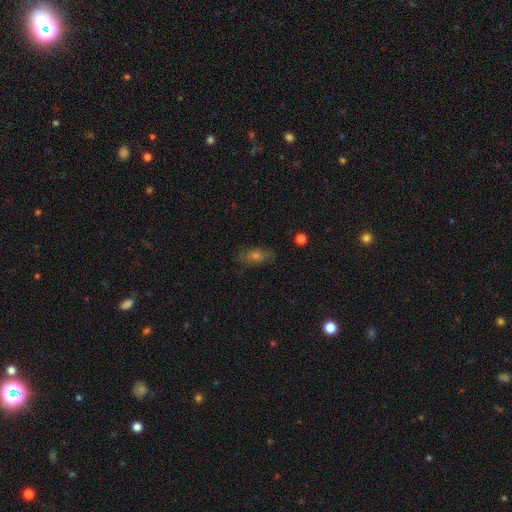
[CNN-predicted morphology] type=smooth (50%); merging=none (75%).